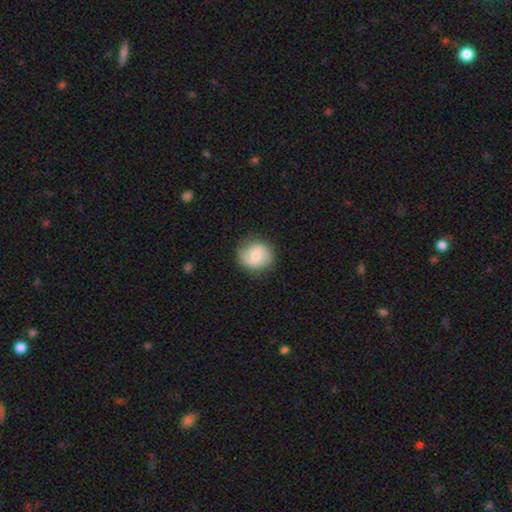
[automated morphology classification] This is possibly a smooth galaxy (58%). How rounded: clearly round (83%). Merging: likely none (78%).